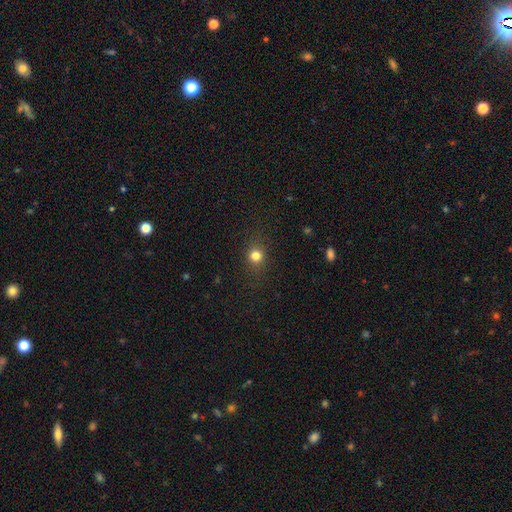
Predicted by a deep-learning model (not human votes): Morphology: type=smooth (79%); roundness=round (81%); merging=none (85%).